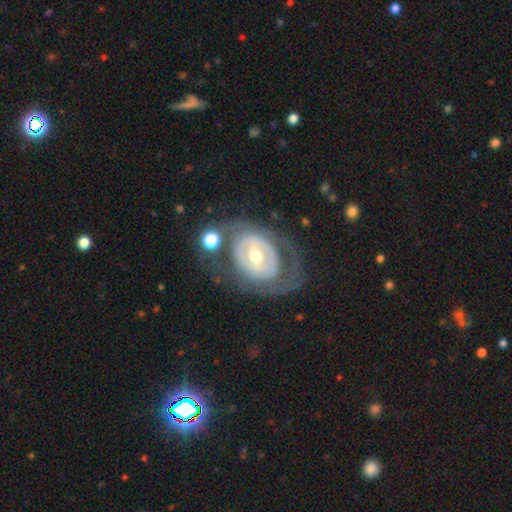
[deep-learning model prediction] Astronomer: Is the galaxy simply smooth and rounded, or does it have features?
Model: featured or disk — 74%.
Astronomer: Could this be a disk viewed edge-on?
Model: no — 95%.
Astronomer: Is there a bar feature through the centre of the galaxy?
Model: no — 44% (runner-up: weak, 34%).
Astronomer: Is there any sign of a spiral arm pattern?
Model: no — 52% (runner-up: yes, 48%).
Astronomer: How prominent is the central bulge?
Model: moderate — 66%.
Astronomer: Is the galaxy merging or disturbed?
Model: none — 55%.